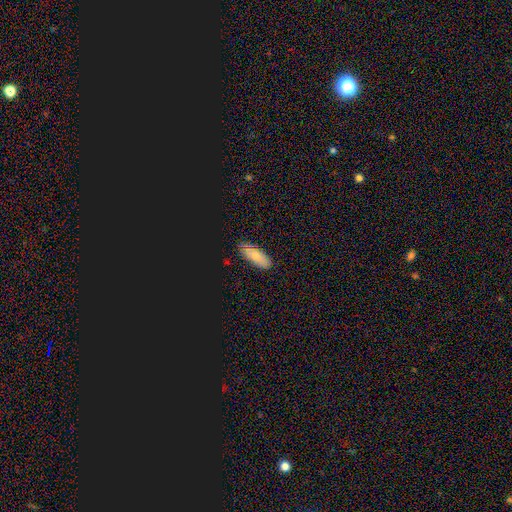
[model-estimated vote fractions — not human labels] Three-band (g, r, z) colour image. It shows a smooth galaxy with no disk features (79%) that is in between round and cigar-shaped (75%). Merging: none (85%).